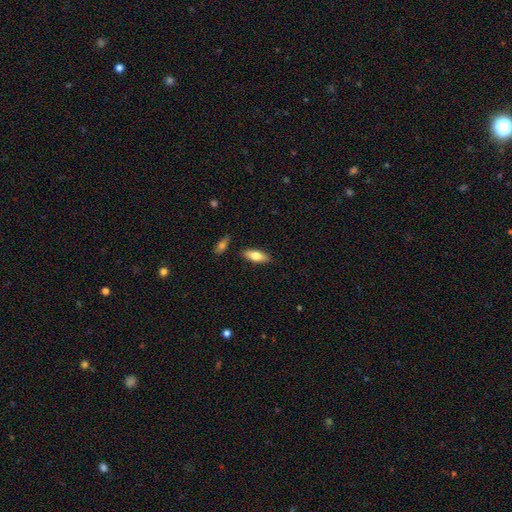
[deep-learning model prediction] smooth_or_featured: smooth (p=0.77) [alt: featured or disk p=0.17]
how_rounded: in between (p=0.76) [alt: cigar-shaped p=0.22]
merging: none (p=0.85) [alt: minor disturbance p=0.10]